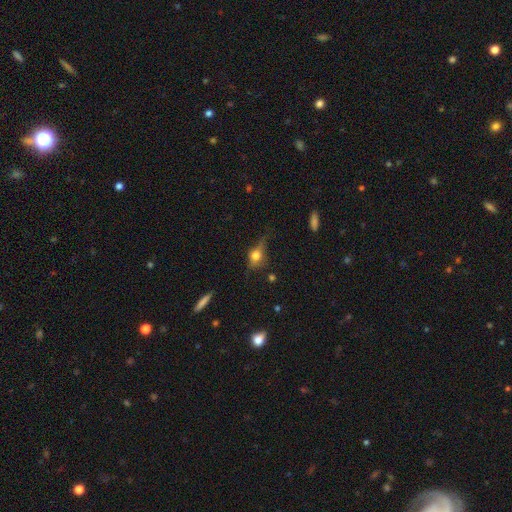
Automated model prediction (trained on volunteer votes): Overall: smooth (59%; featured or disk 28%). How rounded: in between (50%; round 40%). Merging: none (48%; minor disturbance 31%).